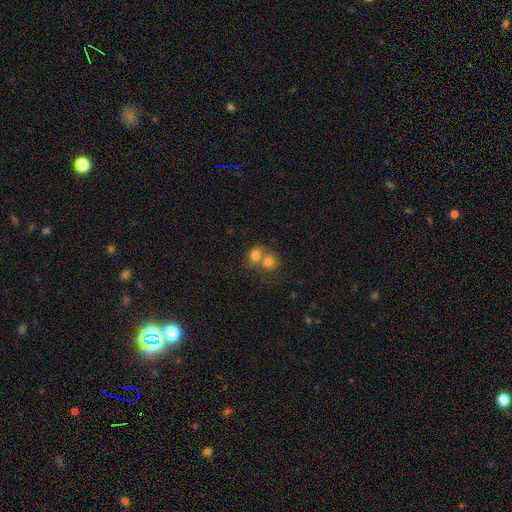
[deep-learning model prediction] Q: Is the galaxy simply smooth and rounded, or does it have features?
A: smooth — 77%.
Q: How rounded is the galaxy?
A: round — 69%.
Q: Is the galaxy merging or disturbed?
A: merger — 62%.